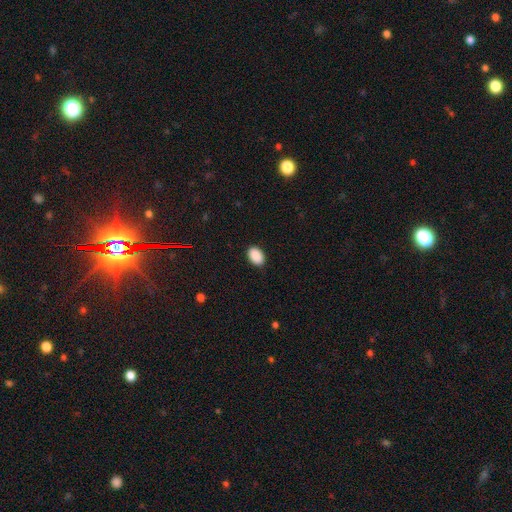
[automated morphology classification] smooth_or_featured: smooth (p=0.90) [alt: star or artifact p=0.07]
how_rounded: in between (p=0.86) [alt: round p=0.13]
merging: none (p=0.89) [alt: minor disturbance p=0.08]